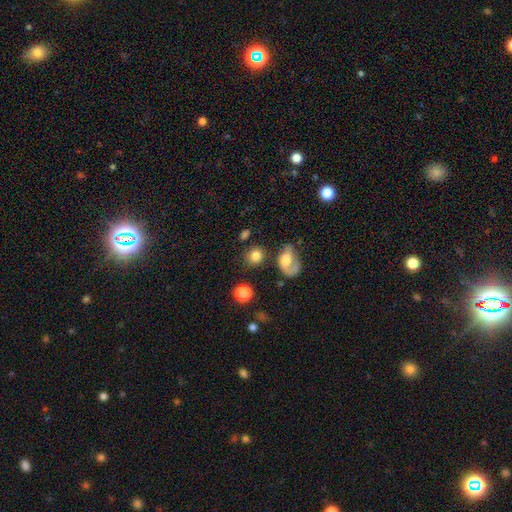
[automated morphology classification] The model was most divided on "how rounded": round: 72%, in between: 26%, cigar-shaped: 1%. More confident: smooth or featured — smooth (79%); merging — none (63%).